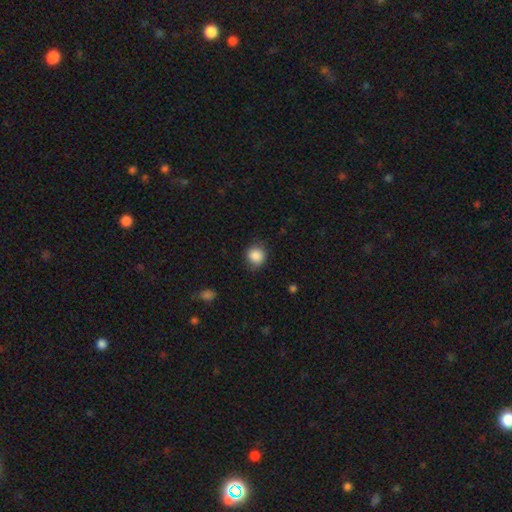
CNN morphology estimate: Smooth or featured?
  - smooth: 87% *
  - star or artifact: 9%
  - featured or disk: 4%
How rounded?
  - round: 86% *
  - in between: 13%
  - cigar-shaped: 1%
Merging?
  - none: 78% *
  - minor disturbance: 17%
  - major disturbance: 4%
  - merger: 1%